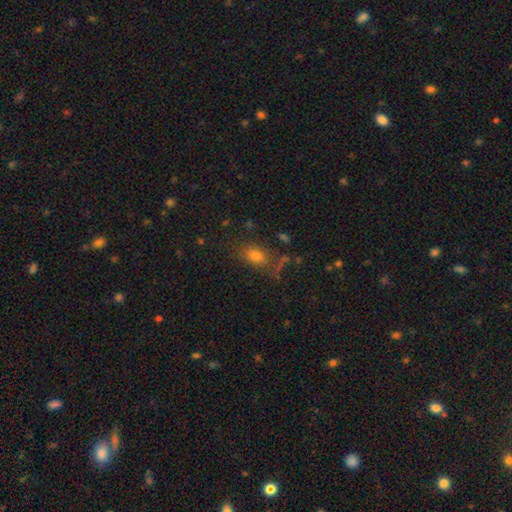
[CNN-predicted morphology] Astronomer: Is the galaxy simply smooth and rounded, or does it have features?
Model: smooth — 71%.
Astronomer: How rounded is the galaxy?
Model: in between — 71%.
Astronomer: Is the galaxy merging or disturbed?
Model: none — 69%.